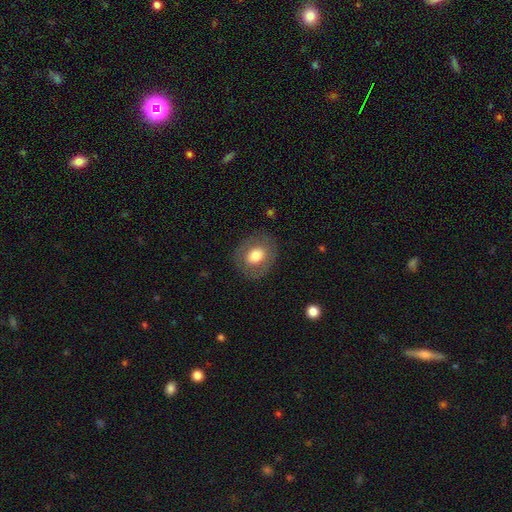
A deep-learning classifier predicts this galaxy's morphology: Q: Smooth or featured?
A: smooth (69%); runner-up: featured or disk (23%)
Q: How rounded?
A: round (56%); runner-up: in between (43%)
Q: Merging?
A: none (83%); runner-up: minor disturbance (11%)